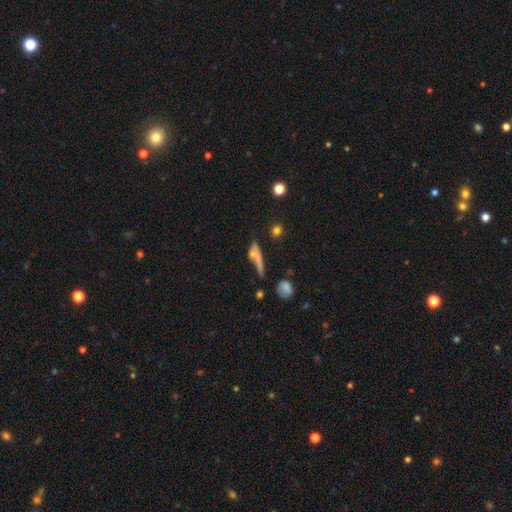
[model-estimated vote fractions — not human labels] Smooth or featured? Predicted: smooth (p=0.56). How rounded? Predicted: cigar-shaped (p=0.67). Merging? Predicted: none (p=0.43).